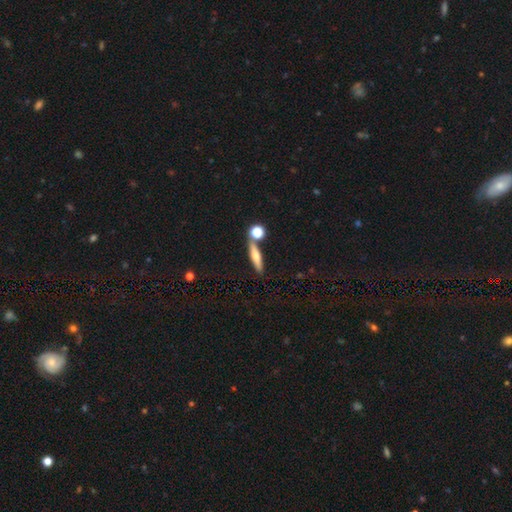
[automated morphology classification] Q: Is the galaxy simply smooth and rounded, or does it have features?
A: smooth — 53%.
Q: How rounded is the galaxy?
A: cigar-shaped — 74%.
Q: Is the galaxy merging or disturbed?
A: none — 74%.